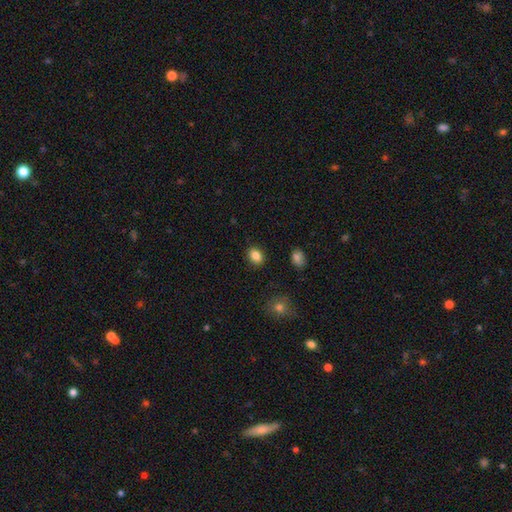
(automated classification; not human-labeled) smooth 85%, star or artifact 10%, featured or disk 6%. Down the decision tree: how rounded — in between (57%); merging — none (89%).